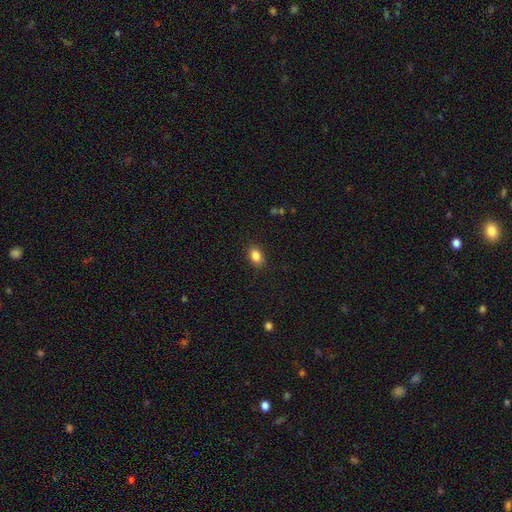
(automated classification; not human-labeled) smooth-or-featured: smooth: 85% | star or artifact: 9% | featured or disk: 5%
  how-rounded: in between: 80% | round: 19% | cigar-shaped: 2%
  merging: none: 88% | minor disturbance: 9% | major disturbance: 2% | merger: 1%